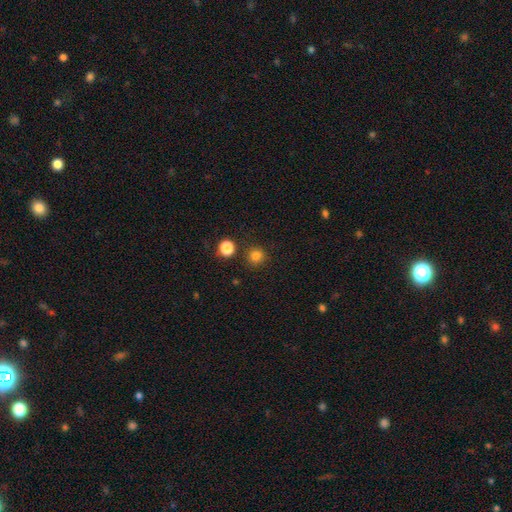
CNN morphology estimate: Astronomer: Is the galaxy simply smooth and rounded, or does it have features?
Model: smooth — 81%.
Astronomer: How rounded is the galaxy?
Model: round — 93%.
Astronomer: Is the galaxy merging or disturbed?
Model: none — 87%.